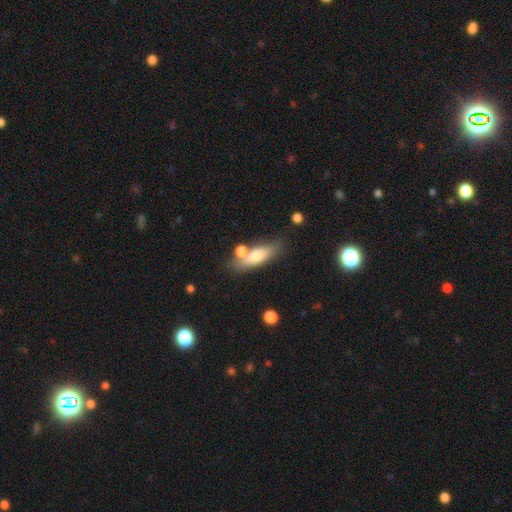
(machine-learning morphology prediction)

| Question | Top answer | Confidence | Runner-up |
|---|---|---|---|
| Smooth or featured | smooth | 66% | featured or disk (26%) |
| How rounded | in between | 56% | cigar-shaped (40%) |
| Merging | none | 62% | merger (17%) |